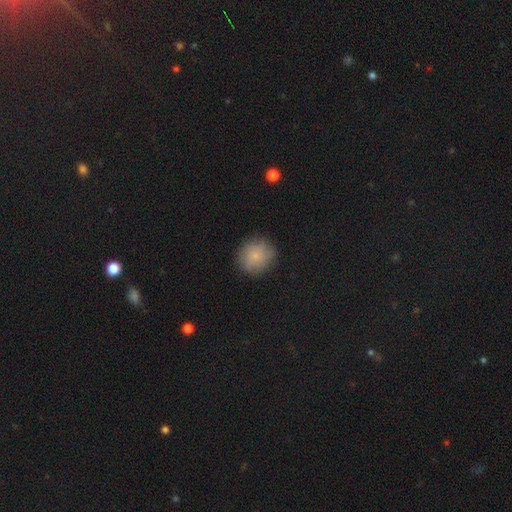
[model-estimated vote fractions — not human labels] This is likely a smooth galaxy (78%). How rounded: clearly round (86%). Merging: clearly none (82%).